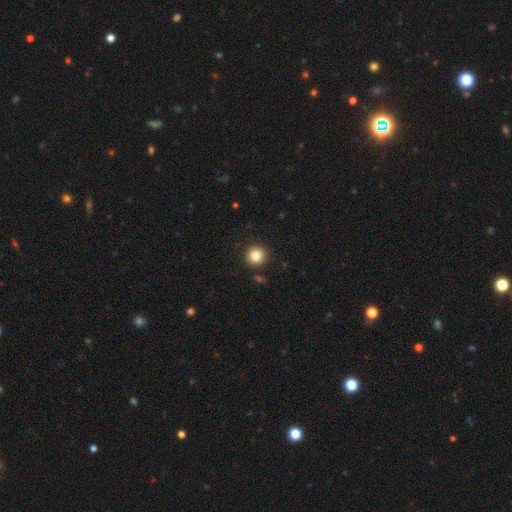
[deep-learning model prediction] smooth 85%, star or artifact 11%, featured or disk 5%. Down the decision tree: how rounded — round (94%); merging — none (89%).